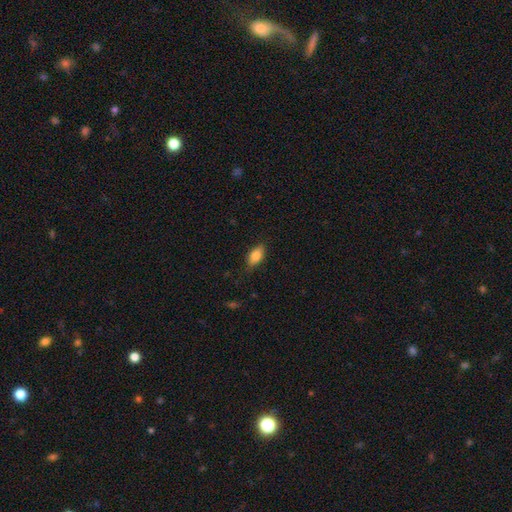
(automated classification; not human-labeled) Morphology: type=smooth (77%); roundness=in between (86%); merging=none (81%).